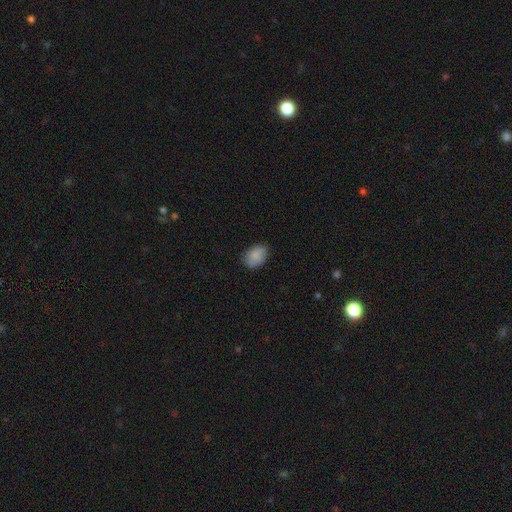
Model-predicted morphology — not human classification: The model was most divided on "how rounded": in between: 77%, round: 22%, cigar-shaped: 1%. More confident: smooth or featured — smooth (86%); merging — none (81%).